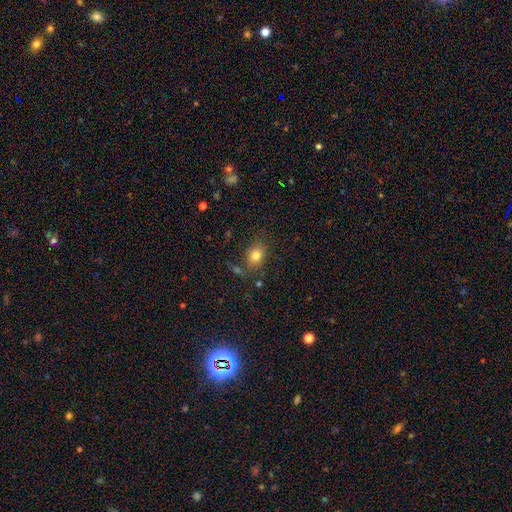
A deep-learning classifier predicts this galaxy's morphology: Q: Smooth or featured?
A: smooth (80%); runner-up: star or artifact (11%)
Q: How rounded?
A: in between (62%); runner-up: round (37%)
Q: Merging?
A: none (73%); runner-up: minor disturbance (15%)